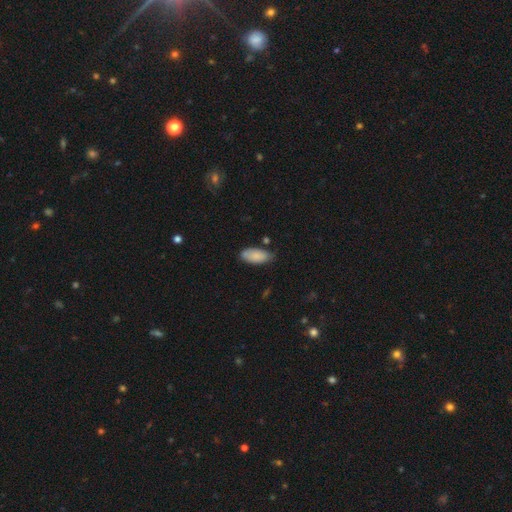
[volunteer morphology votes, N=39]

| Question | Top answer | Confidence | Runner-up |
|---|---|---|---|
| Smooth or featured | smooth | 85% | featured or disk (13%) |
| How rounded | in between | 97% | cigar-shaped (3%) |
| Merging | none | 63% | minor disturbance (37%) |